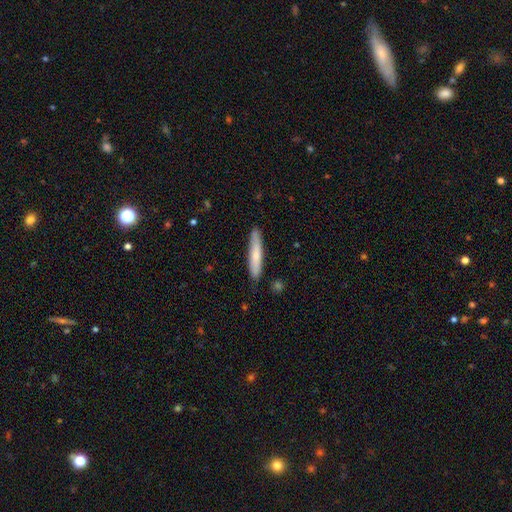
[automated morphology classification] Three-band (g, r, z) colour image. It shows a smooth galaxy with no disk features (69%) that is cigar-shaped (91%). Merging: none (85%).